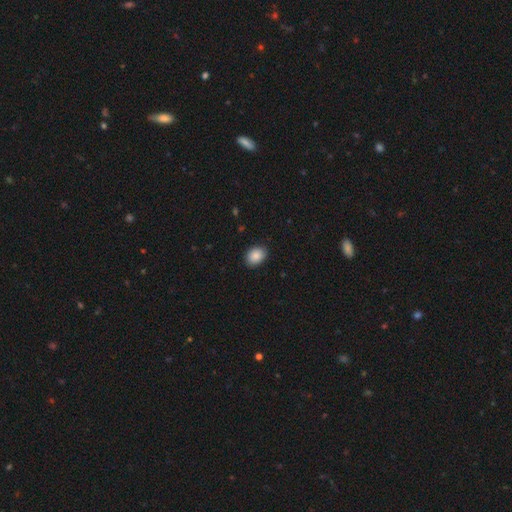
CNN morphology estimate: This appears to be a smooth galaxy with no disk features (89%) that is in between round and cigar-shaped (68%). Merging: none (89%).